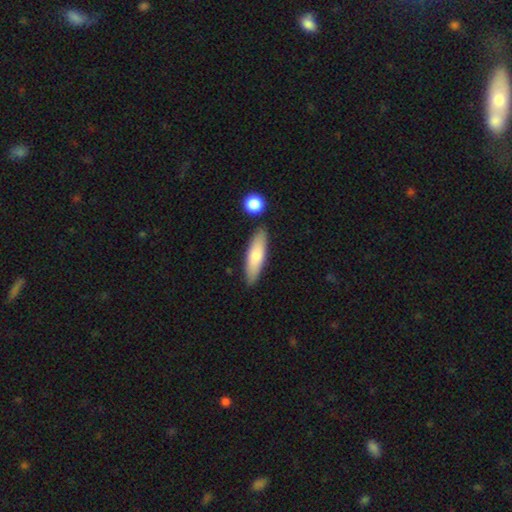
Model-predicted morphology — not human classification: Overall: smooth (72%). How rounded: cigar-shaped (54%; in between 44%). Merging: none (83%).